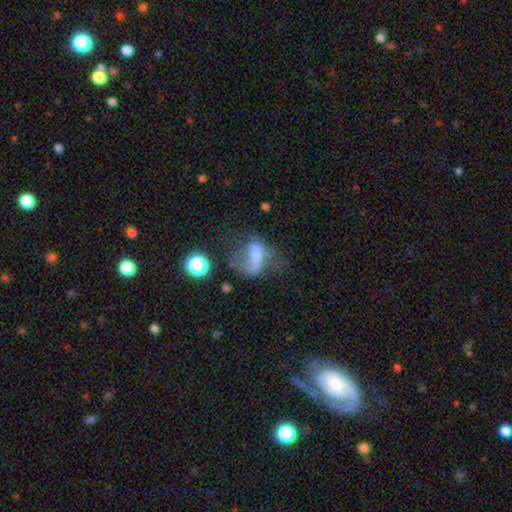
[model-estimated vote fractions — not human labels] A featured or disk galaxy (43%).

Vote fractions:
- Smooth or featured? featured or disk: 43% / smooth: 40% / star or artifact: 16%
- Merging? major disturbance: 45% / none: 25% / minor disturbance: 19% / merger: 11%